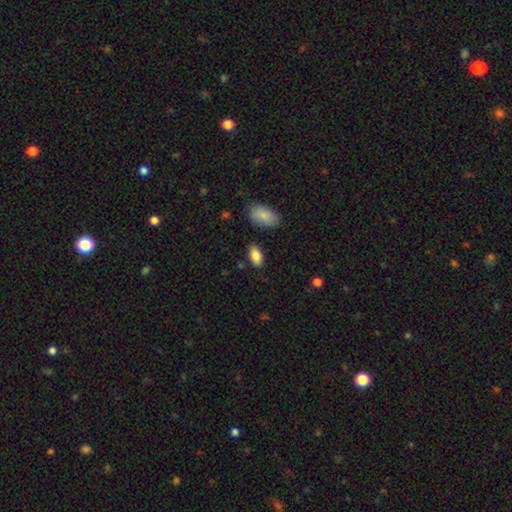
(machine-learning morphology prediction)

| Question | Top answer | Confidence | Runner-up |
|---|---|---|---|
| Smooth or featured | smooth | 87% | star or artifact (7%) |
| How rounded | in between | 93% | round (4%) |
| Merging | none | 84% | minor disturbance (11%) |